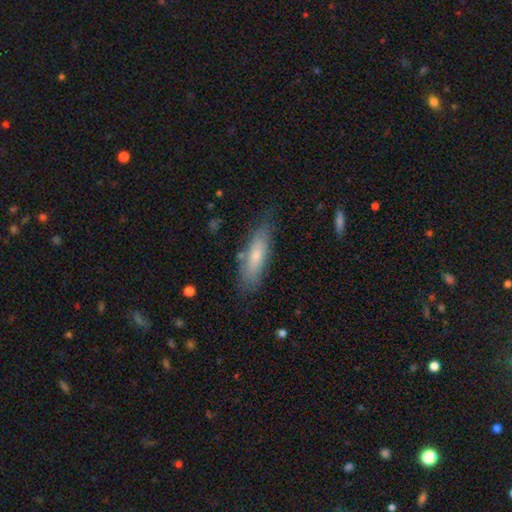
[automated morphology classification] type=smooth (66%); roundness=cigar-shaped (52%); merging=none (73%).